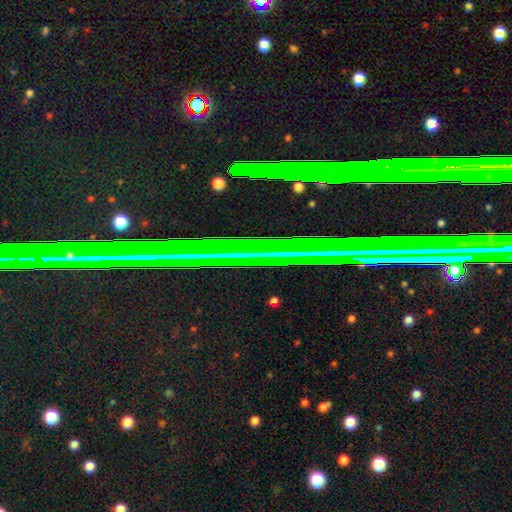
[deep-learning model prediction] Smooth or featured?
  - star or artifact: 80% *
  - featured or disk: 11%
  - smooth: 9%